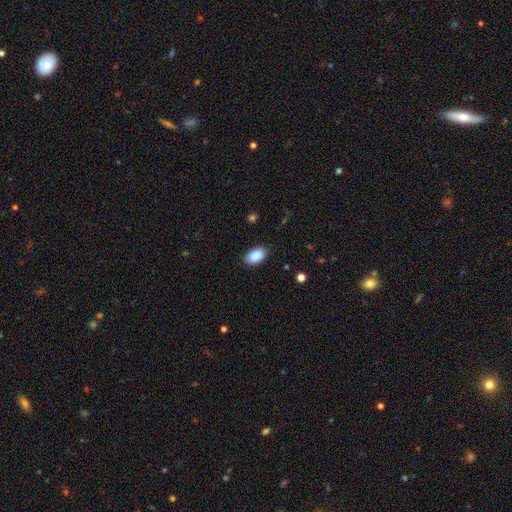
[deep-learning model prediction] Smooth or featured?
  - smooth: 90% *
  - star or artifact: 7%
  - featured or disk: 3%
How rounded?
  - in between: 93% *
  - round: 6%
  - cigar-shaped: 1%
Merging?
  - none: 87% *
  - minor disturbance: 10%
  - major disturbance: 2%
  - merger: 1%